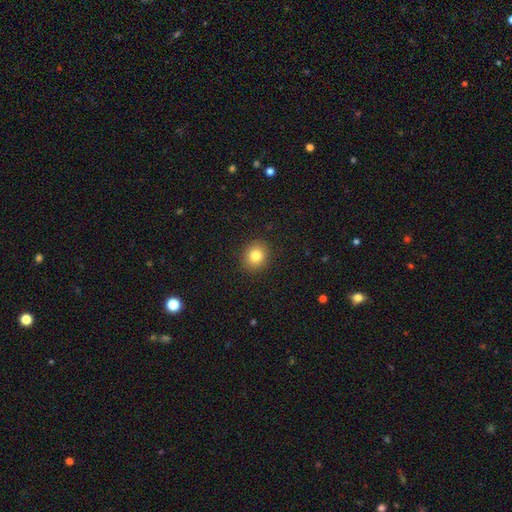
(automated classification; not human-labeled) smooth-or-featured: smooth: 81% | star or artifact: 11% | featured or disk: 8%
  how-rounded: round: 81% | in between: 18% | cigar-shaped: 1%
  merging: none: 91% | minor disturbance: 6% | major disturbance: 2% | merger: 1%